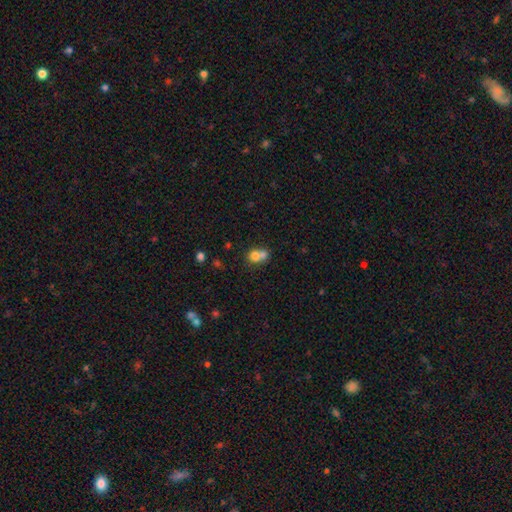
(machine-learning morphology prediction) Q: Smooth or featured?
A: smooth (73%); runner-up: featured or disk (16%)
Q: How rounded?
A: round (69%); runner-up: in between (29%)
Q: Merging?
A: merger (64%); runner-up: none (27%)